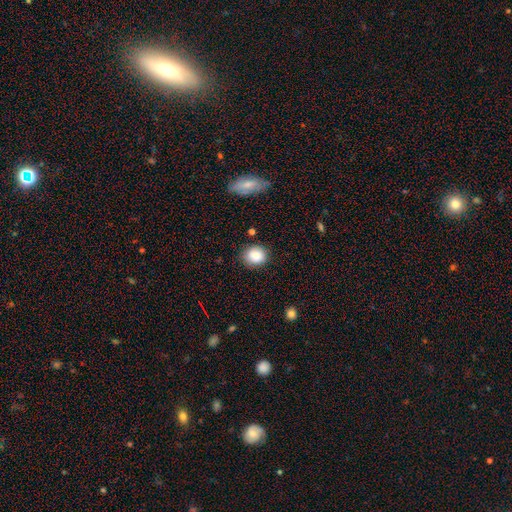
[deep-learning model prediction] This appears to be a smooth galaxy with no disk features (84%) that is round (76%). Merging: none (80%).